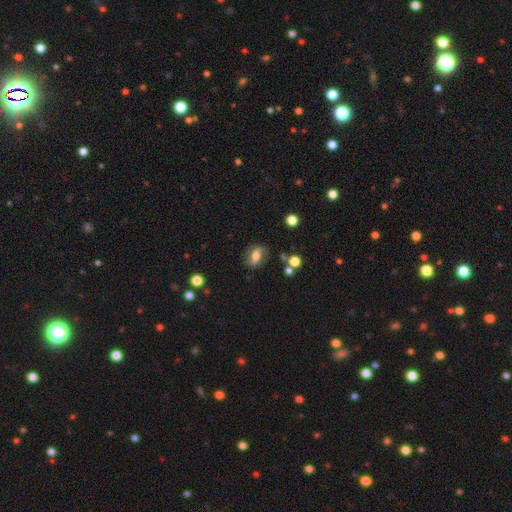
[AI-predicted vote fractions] Morphology: type=featured or disk (50%); merging=none (71%).